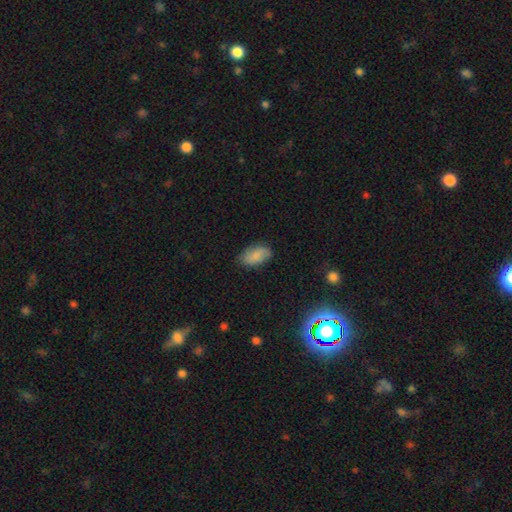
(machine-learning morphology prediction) This appears to be a smooth galaxy with no disk features (79%) that is in between round and cigar-shaped (93%). Merging: none (79%).